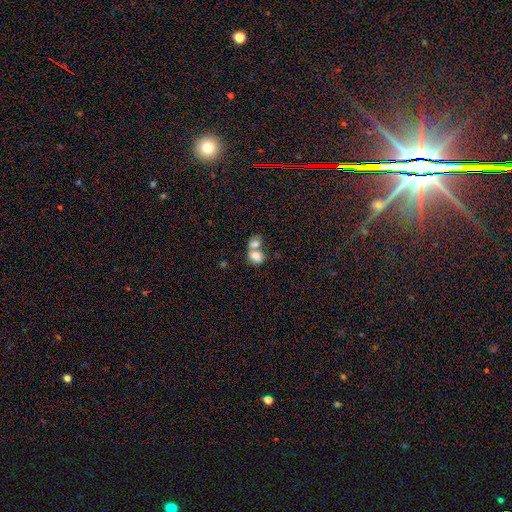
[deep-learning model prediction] smooth 77%, featured or disk 14%, star or artifact 9%. Down the decision tree: how rounded — in between (67%); merging — merger (69%).